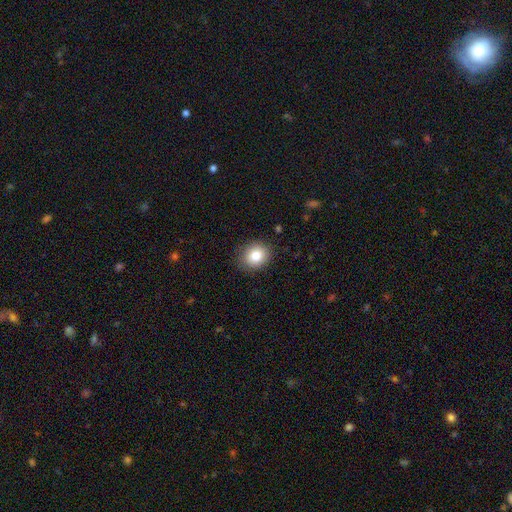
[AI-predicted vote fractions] smooth-or-featured: smooth: 82% | star or artifact: 10% | featured or disk: 8%
  how-rounded: round: 71% | in between: 28% | cigar-shaped: 1%
  merging: none: 88% | minor disturbance: 9% | major disturbance: 2% | merger: 1%